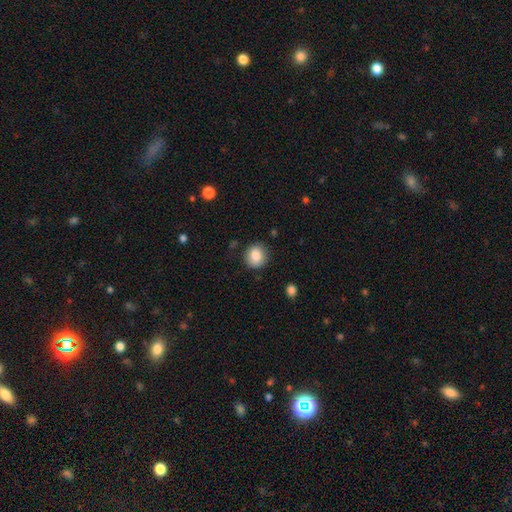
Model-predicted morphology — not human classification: This is clearly a smooth galaxy (87%). How rounded: clearly round (80%). Merging: clearly none (83%).